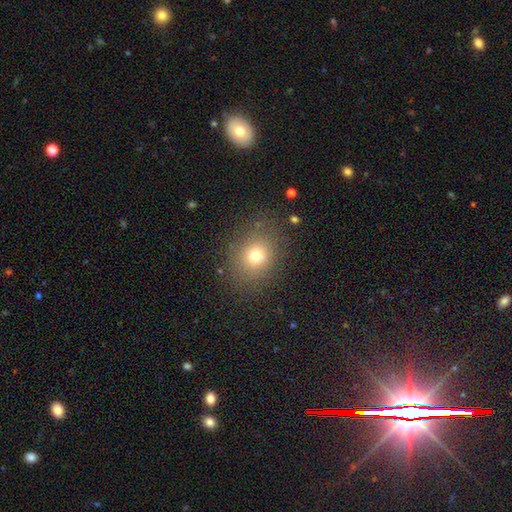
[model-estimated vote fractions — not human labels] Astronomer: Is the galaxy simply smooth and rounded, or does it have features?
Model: smooth — 71%.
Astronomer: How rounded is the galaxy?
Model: round — 70%.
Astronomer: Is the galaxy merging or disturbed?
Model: none — 84%.